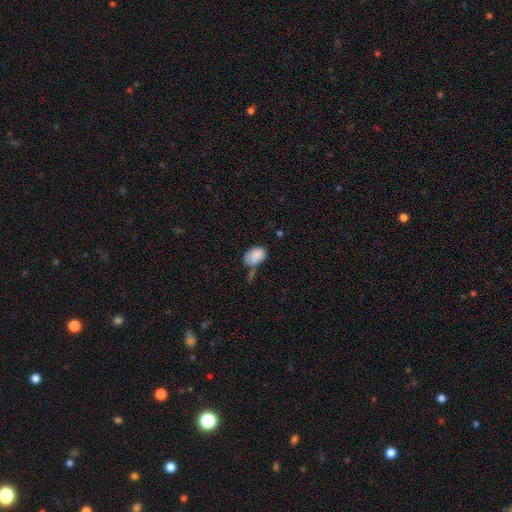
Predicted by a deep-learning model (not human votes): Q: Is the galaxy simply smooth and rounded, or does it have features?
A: smooth — 85%.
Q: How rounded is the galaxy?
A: in between — 85%.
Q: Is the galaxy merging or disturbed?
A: none — 39%.